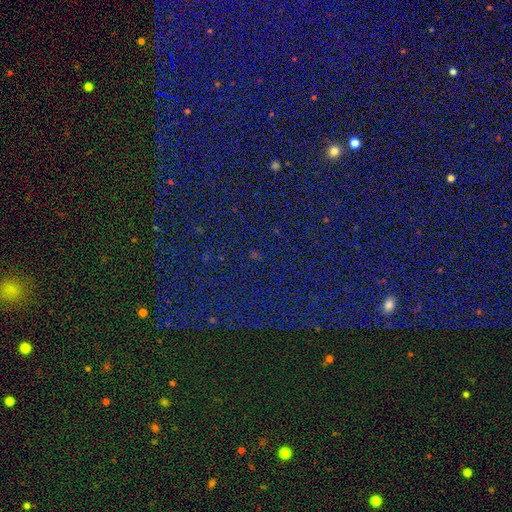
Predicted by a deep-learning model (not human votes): This is clearly a star or artifact rather than a galaxy (83%).